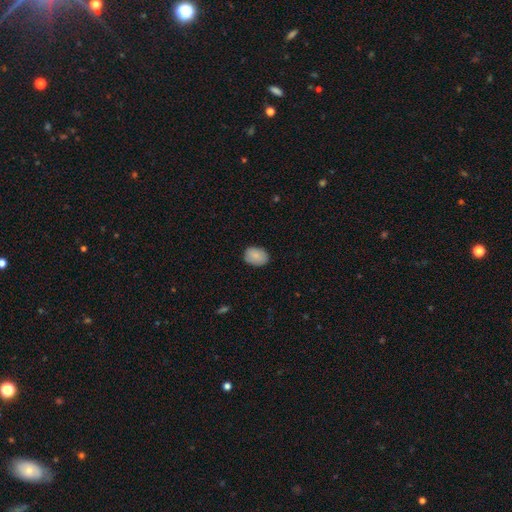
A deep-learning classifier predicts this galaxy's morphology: The model was most divided on "how rounded": in between: 76%, round: 23%, cigar-shaped: 1%. More confident: smooth or featured — smooth (86%); merging — none (84%).